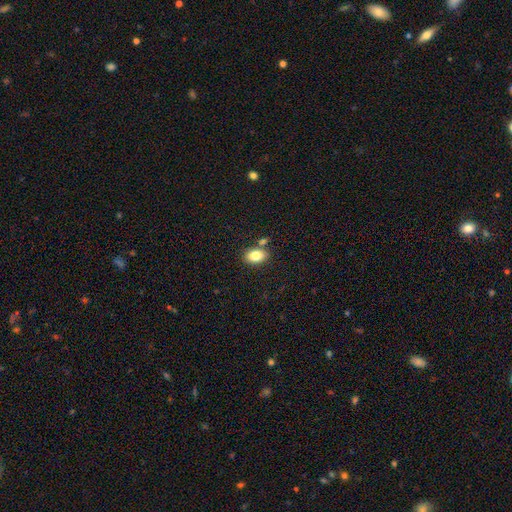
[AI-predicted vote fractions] A smooth galaxy with no disk features (83%) that is in between round and cigar-shaped (86%). Merging: none (73%).